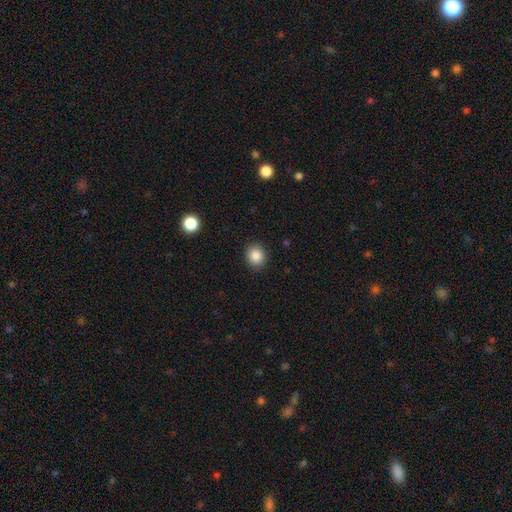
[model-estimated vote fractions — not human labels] smooth_or_featured: smooth (p=0.87) [alt: star or artifact p=0.10]
how_rounded: round (p=0.81) [alt: in between p=0.18]
merging: none (p=0.90) [alt: minor disturbance p=0.07]